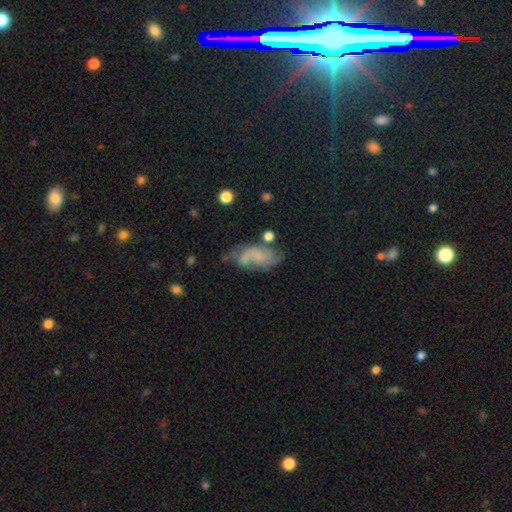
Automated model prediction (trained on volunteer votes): Smooth or featured: smooth — 49% (featured or disk — 39%)
Merging: none — 40% (minor disturbance — 31%)